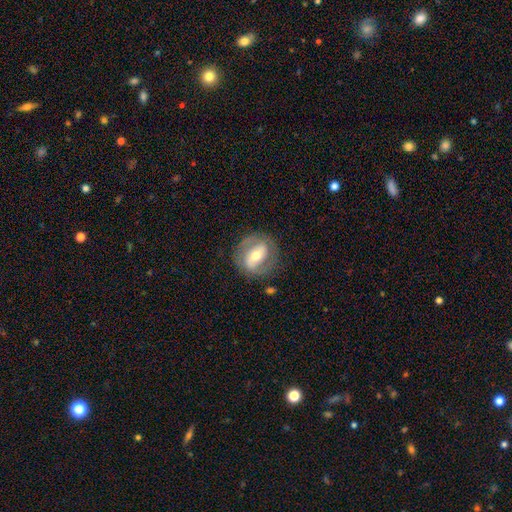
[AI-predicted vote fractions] Smooth or featured: featured or disk — 67% (smooth — 27%)
Edge-on disk: no — 94% (yes — 6%)
Bar: strong — 45% (weak — 32%)
Spiral arms: yes — 66% (no — 34%)
Bulge size: moderate — 64% (small — 27%)
Merging: none — 78% (minor disturbance — 13%)